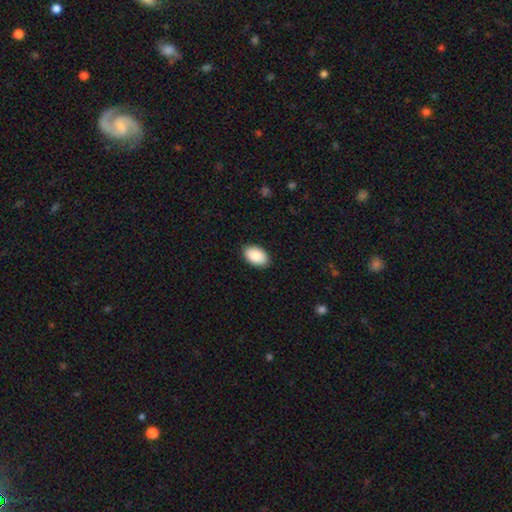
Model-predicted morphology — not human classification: smooth-or-featured: smooth: 90% | star or artifact: 6% | featured or disk: 4%
  how-rounded: in between: 93% | round: 6% | cigar-shaped: 1%
  merging: none: 89% | minor disturbance: 9% | major disturbance: 2% | merger: 1%